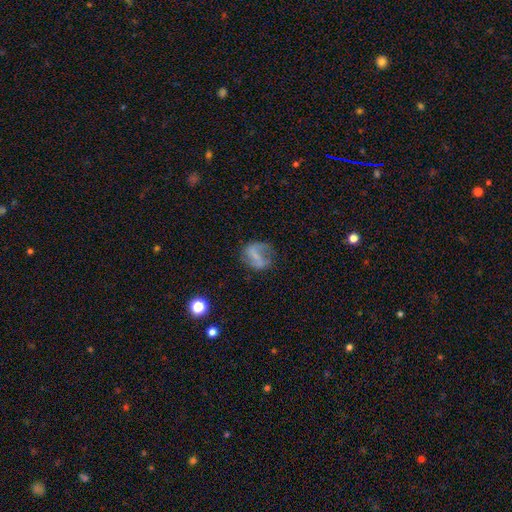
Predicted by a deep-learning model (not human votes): This is possibly a featured or disk galaxy (57%). It is clearly not viewed edge-on (96%). Bar: marginally strong (44%). Spiral arm pattern: likely yes (67%). Central bulge: possibly none (53%). Merging: possibly none (55%).